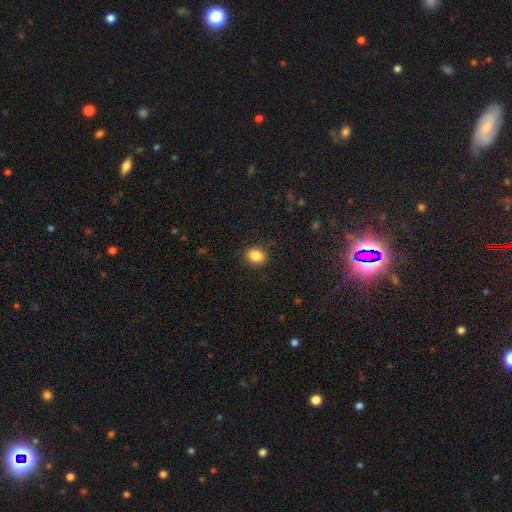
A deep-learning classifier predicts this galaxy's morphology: This is clearly a smooth galaxy (86%). How rounded: possibly in between (54%). Merging: clearly none (88%).